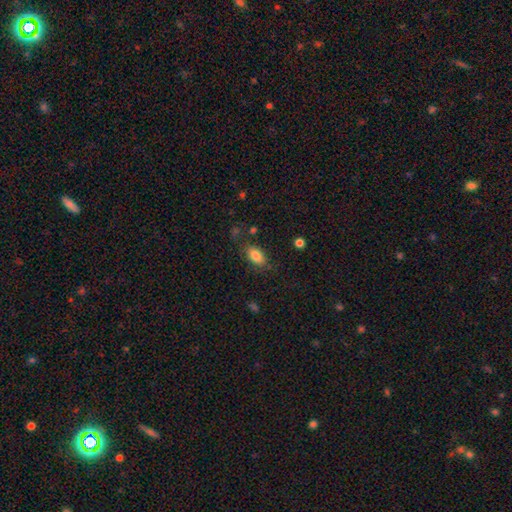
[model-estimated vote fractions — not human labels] Smooth or featured: smooth — 83% (featured or disk — 9%)
How rounded: in between — 91% (round — 5%)
Merging: none — 73% (minor disturbance — 17%)